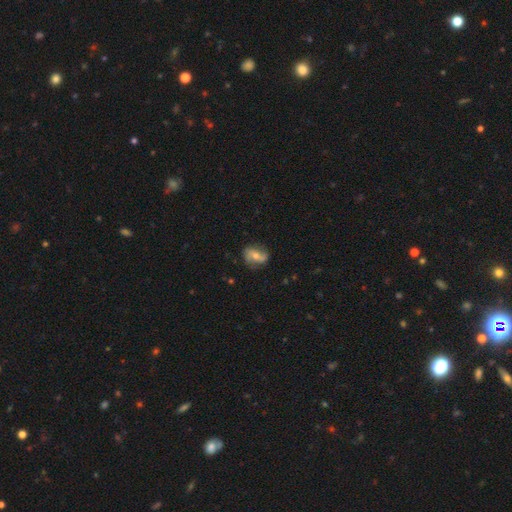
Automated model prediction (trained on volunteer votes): Smooth or featured? featured or disk (61%)
Edge-on disk? no (95%)
Bar? no (49%)
Spiral arms? yes (85%)
Bulge size? moderate (61%)
Merging? none (74%)